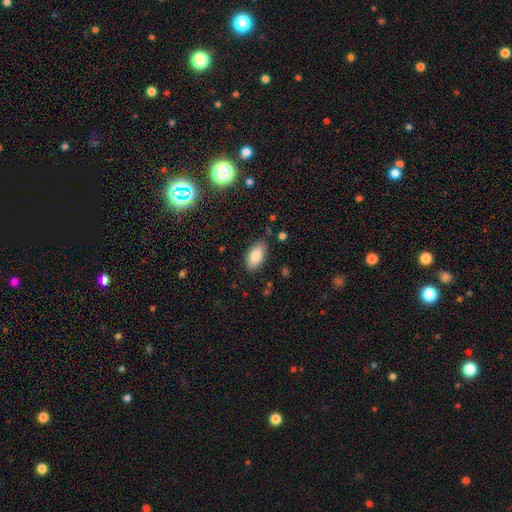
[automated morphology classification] Smooth or featured? smooth (85%)
How rounded? in between (94%)
Merging? none (84%)